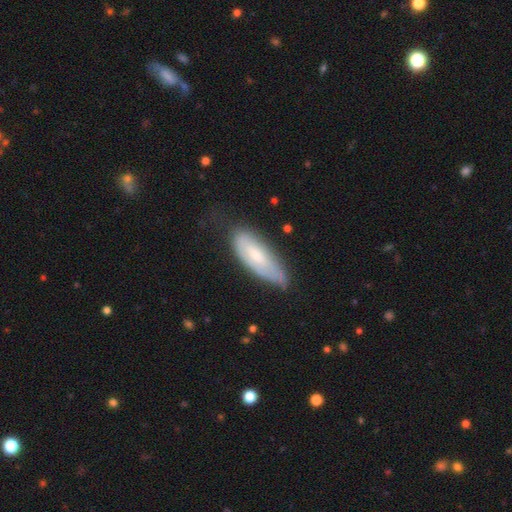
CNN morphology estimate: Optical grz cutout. It shows a smooth galaxy with no disk features (55%) that is in between round and cigar-shaped (67%). Merging: none (57%).